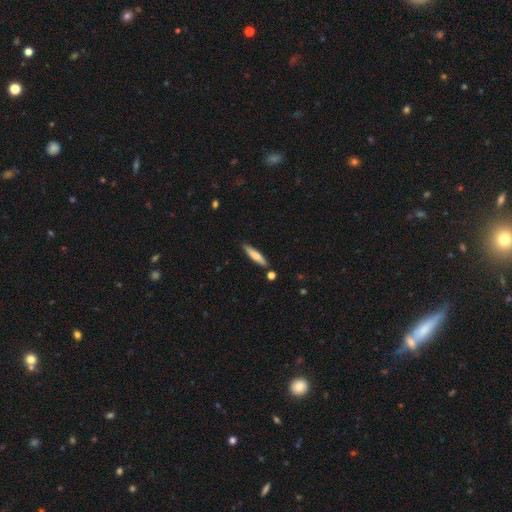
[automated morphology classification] smooth_or_featured: smooth (p=0.68) [alt: featured or disk p=0.26]
how_rounded: cigar-shaped (p=0.83) [alt: in between p=0.16]
merging: none (p=0.84) [alt: minor disturbance p=0.11]